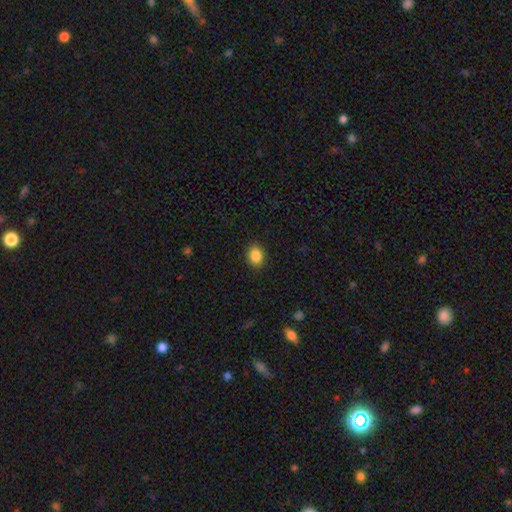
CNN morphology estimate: Smooth or featured? smooth (86%)
How rounded? in between (51%)
Merging? none (89%)